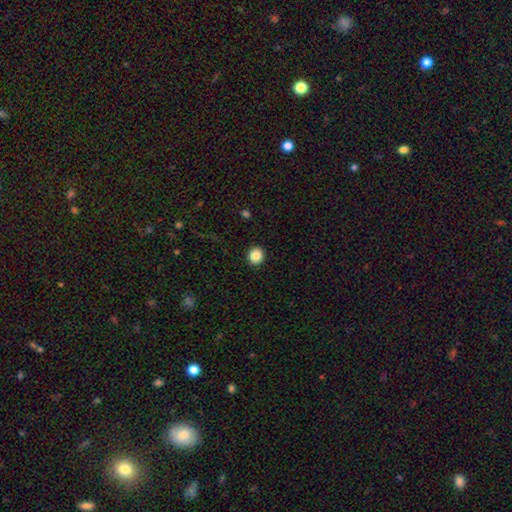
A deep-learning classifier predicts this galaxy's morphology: Overall: smooth (85%). How rounded: round (87%). Merging: none (93%).